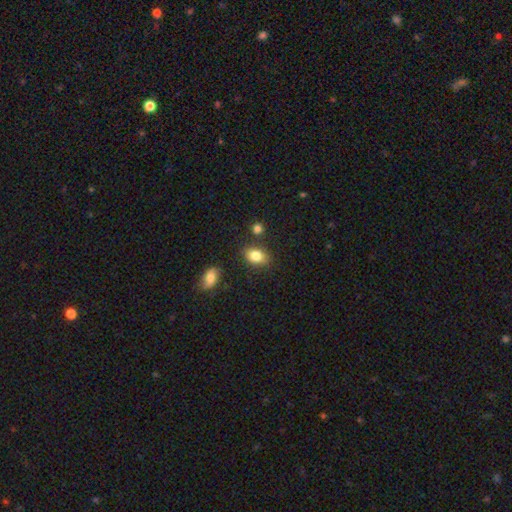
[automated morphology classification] Overall: smooth (84%). How rounded: in between (82%). Merging: none (79%).